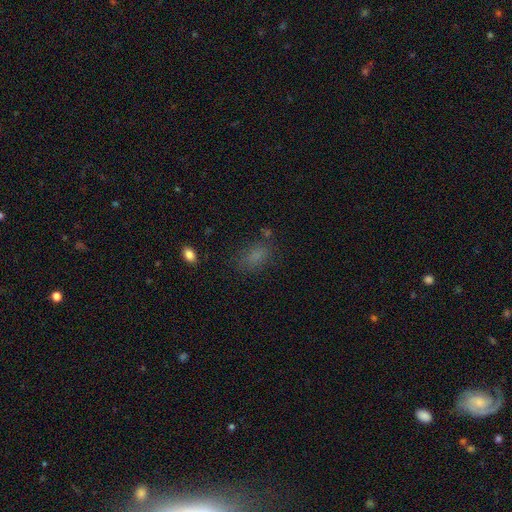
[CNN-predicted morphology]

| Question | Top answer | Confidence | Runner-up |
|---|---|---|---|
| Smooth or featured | smooth | 74% | star or artifact (18%) |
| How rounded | in between | 83% | round (14%) |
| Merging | none | 72% | minor disturbance (16%) |